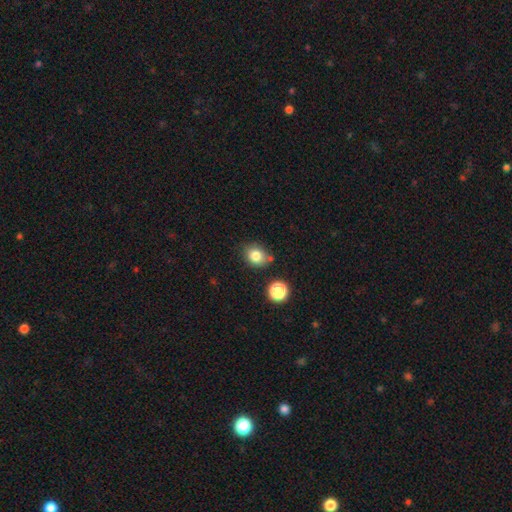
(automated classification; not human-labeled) This is clearly a smooth galaxy (80%). How rounded: likely round (63%). Merging: likely none (73%).